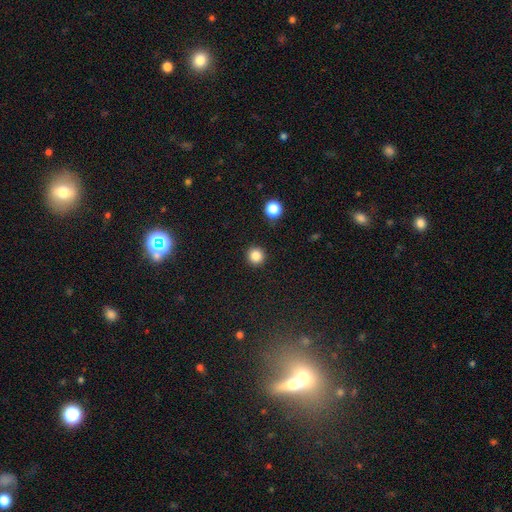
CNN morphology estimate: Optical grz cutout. It shows a smooth galaxy with no disk features (85%) that is round (95%). Merging: none (92%).